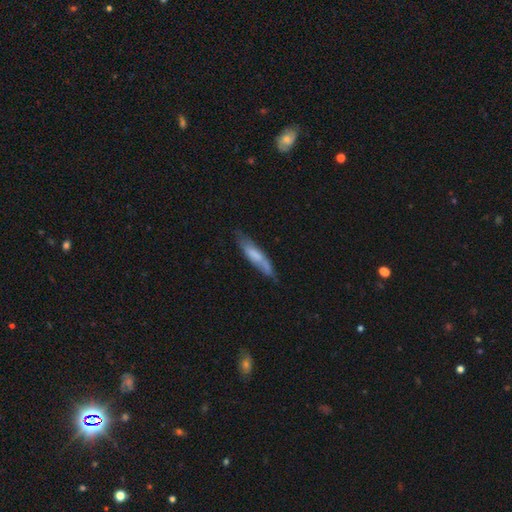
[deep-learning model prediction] This is possibly a smooth galaxy (59%). How rounded: likely cigar-shaped (79%). Merging: likely none (67%).